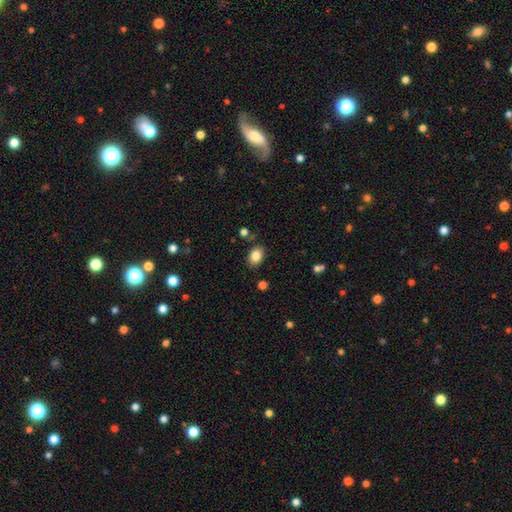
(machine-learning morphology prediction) Smooth or featured: smooth — 85% (star or artifact — 9%)
How rounded: in between — 73% (round — 26%)
Merging: none — 82% (minor disturbance — 12%)